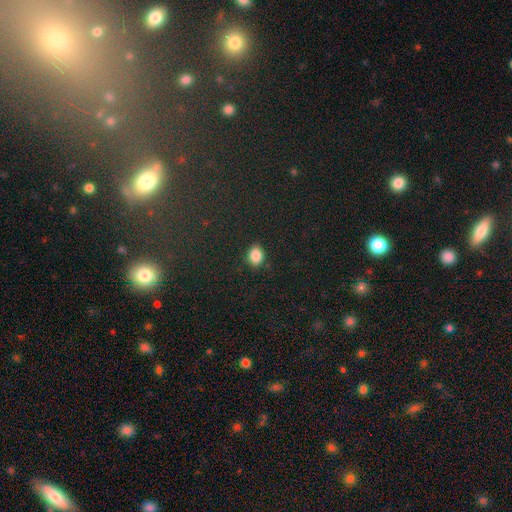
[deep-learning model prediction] Overall: smooth (85%). How rounded: in between (67%; round 32%). Merging: none (86%).